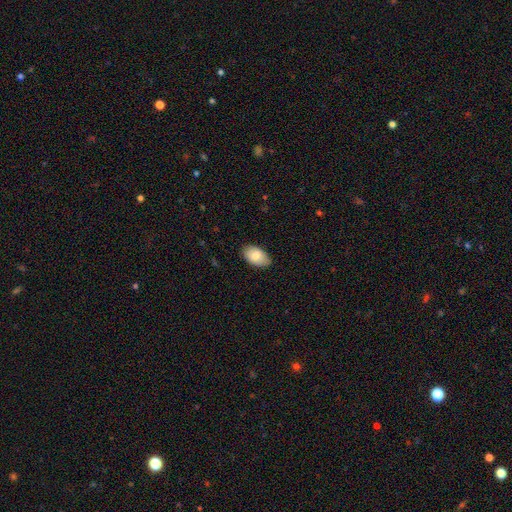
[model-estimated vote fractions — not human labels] Smooth or featured? Predicted: smooth (p=0.82). How rounded? Predicted: in between (p=0.93). Merging? Predicted: none (p=0.83).